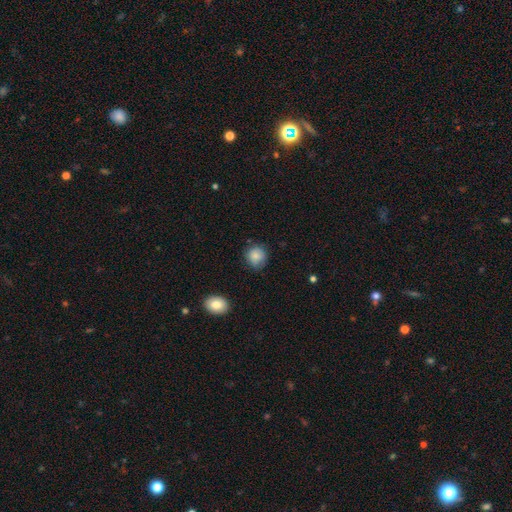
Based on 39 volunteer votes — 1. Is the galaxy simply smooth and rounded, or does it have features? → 90% smooth, 8% featured or disk, 3% star or artifact.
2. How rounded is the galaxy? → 86% round, 14% in between, 0% cigar-shaped.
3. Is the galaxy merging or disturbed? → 84% none, 11% minor disturbance, 5% major disturbance, 0% merger.